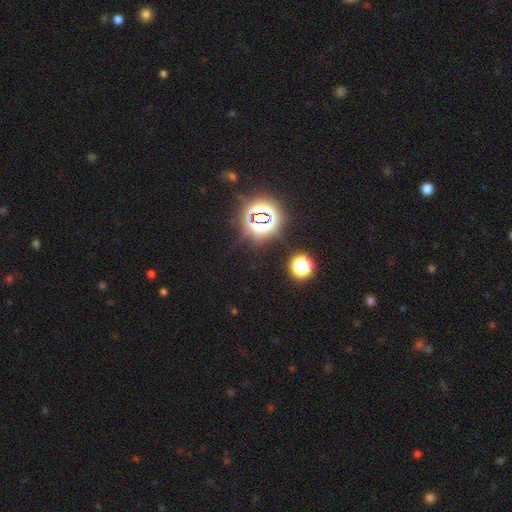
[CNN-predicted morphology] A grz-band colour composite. It shows a star or artifact, not a galaxy (80%).